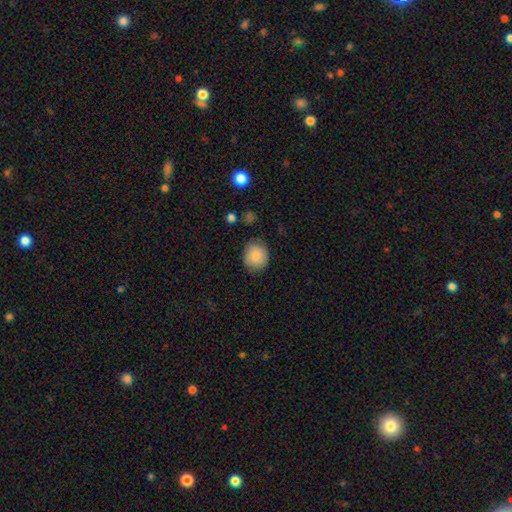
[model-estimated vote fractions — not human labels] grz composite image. It shows a smooth galaxy with no disk features (84%) that is round (78%). Merging: none (81%).